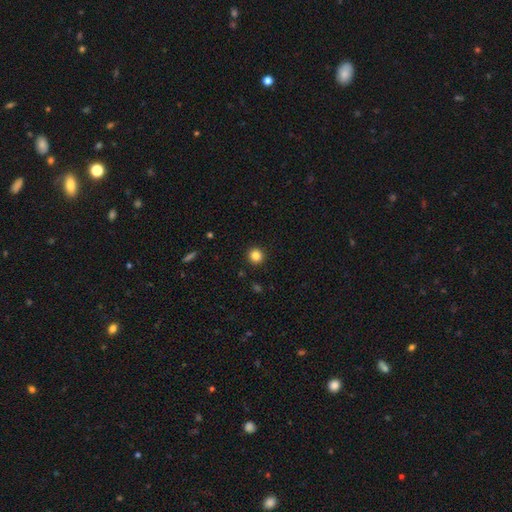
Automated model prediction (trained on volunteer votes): A smooth galaxy with no disk features (84%) that is round (93%). Merging: none (92%).